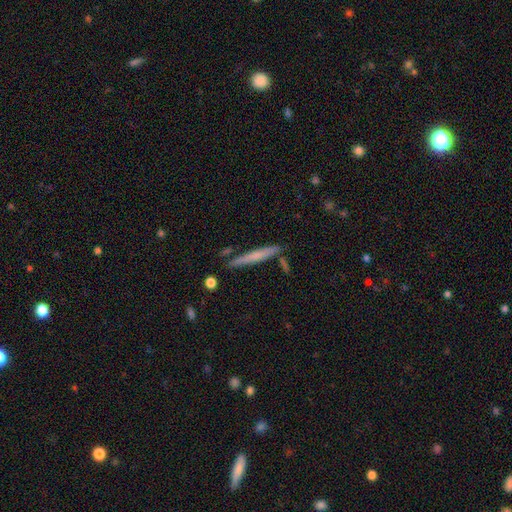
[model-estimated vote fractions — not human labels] smooth_or_featured: smooth (p=0.51) [alt: featured or disk p=0.43]
how_rounded: cigar-shaped (p=0.96) [alt: in between p=0.03]
merging: none (p=0.85) [alt: minor disturbance p=0.09]